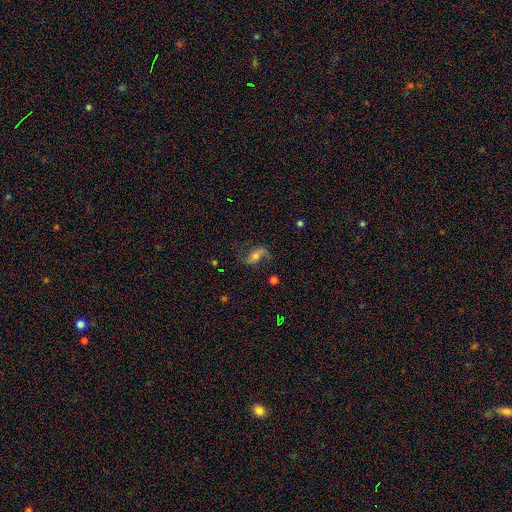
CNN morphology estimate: This is likely a featured or disk galaxy (68%). It is clearly not viewed edge-on (94%). Bar: marginally no (40%). Spiral arm pattern: clearly yes (90%). Spiral arm count: clearly 2 (87%). Spiral winding: likely loose (75%). Central bulge: possibly moderate (46%). Merging: likely none (65%).